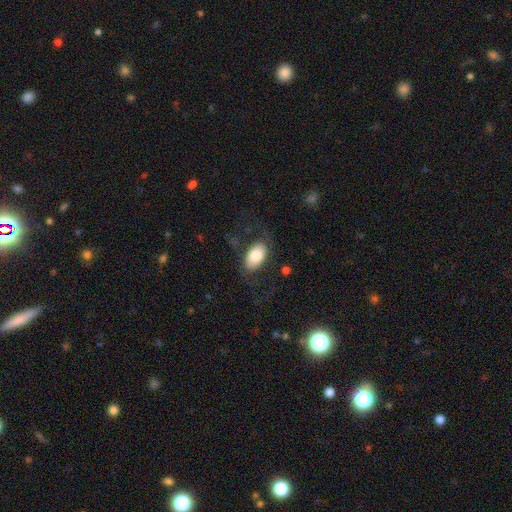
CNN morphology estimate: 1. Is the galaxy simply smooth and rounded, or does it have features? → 74% smooth, 20% featured or disk, 6% star or artifact.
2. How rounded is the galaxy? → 94% in between, 5% round, 2% cigar-shaped.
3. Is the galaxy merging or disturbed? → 68% none, 16% minor disturbance, 15% major disturbance, 2% merger.